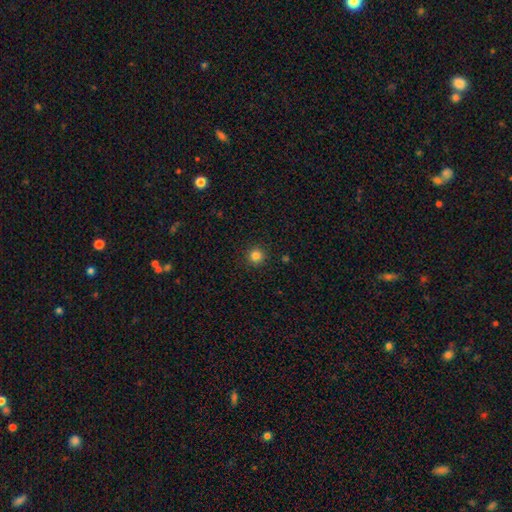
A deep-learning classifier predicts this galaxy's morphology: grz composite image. It shows a smooth galaxy with no disk features (84%) that is round (95%). Merging: none (92%).